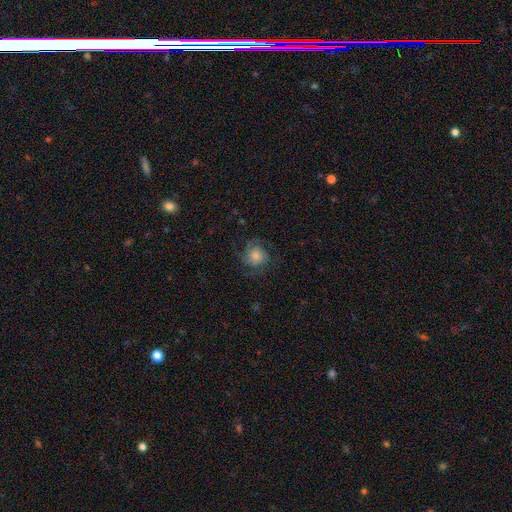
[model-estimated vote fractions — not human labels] Morphology: type=featured or disk (60%); edge-on=no (97%); bar=no (79%); spiral arms=yes (92%); winding=tight (43%); arm count=2 (33%); bulge=moderate (47%); merging=none (72%).